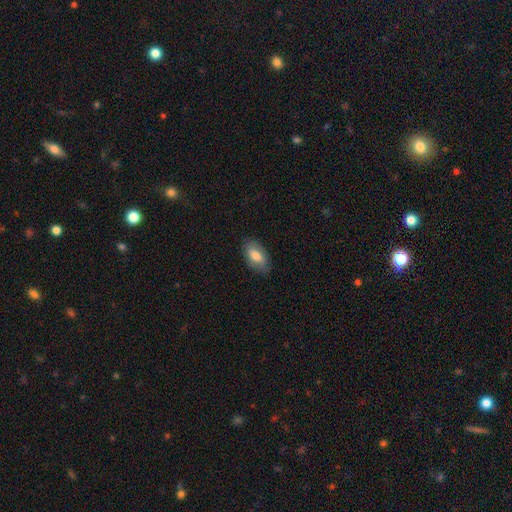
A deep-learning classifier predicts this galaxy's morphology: Smooth or featured: smooth — 75% (featured or disk — 19%)
How rounded: in between — 92% (cigar-shaped — 4%)
Merging: none — 84% (minor disturbance — 12%)